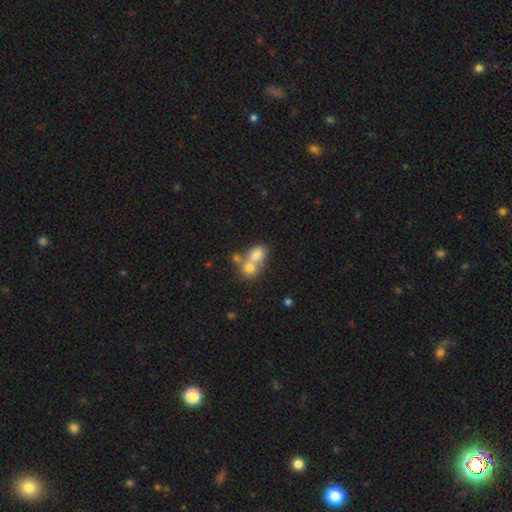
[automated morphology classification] smooth-or-featured: smooth: 74% | featured or disk: 16% | star or artifact: 11%
  how-rounded: in between: 57% | round: 42% | cigar-shaped: 2%
  merging: merger: 64% | none: 25% | minor disturbance: 7% | major disturbance: 4%